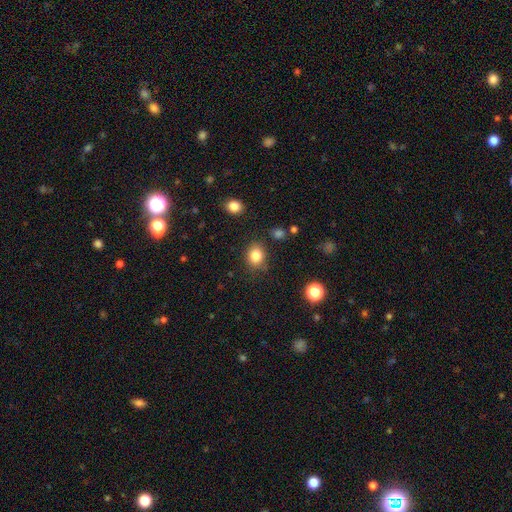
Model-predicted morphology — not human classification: This is clearly a smooth galaxy (84%). How rounded: likely round (62%). Merging: clearly none (83%).